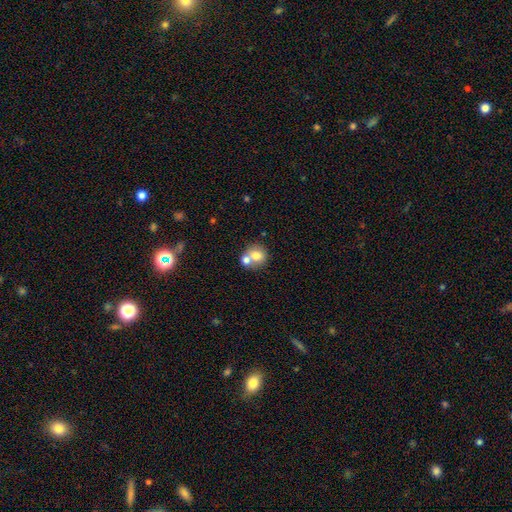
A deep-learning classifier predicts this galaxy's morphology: This appears to be a smooth galaxy with no disk features (73%) that is round (79%). Merging: merger (47%).